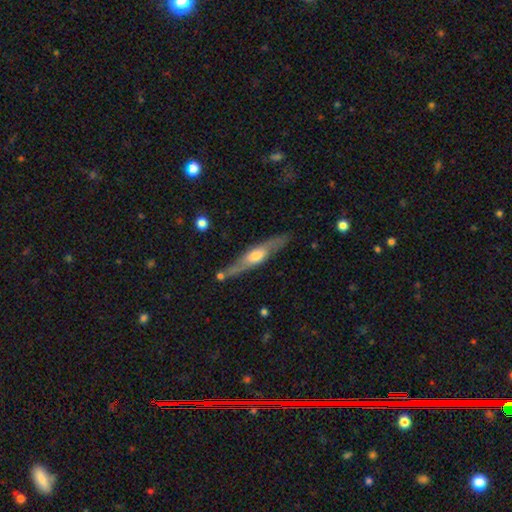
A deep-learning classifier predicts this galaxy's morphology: A featured or disk galaxy (65%) viewed edge-on (80%) with a rounded central bulge (82%). Merging: none (78%).